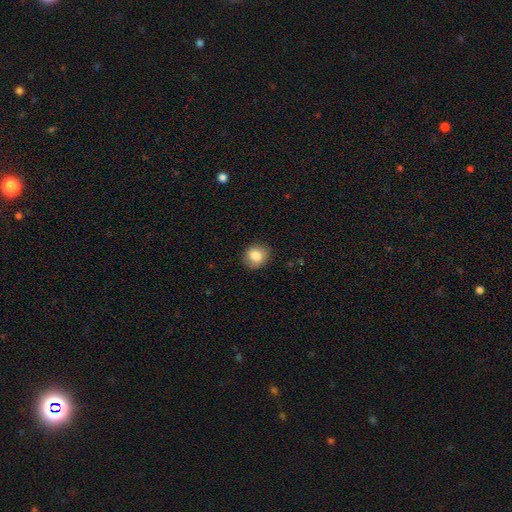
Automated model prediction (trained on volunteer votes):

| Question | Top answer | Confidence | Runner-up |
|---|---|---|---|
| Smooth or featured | smooth | 84% | star or artifact (9%) |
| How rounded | round | 75% | in between (24%) |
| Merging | none | 84% | minor disturbance (12%) |